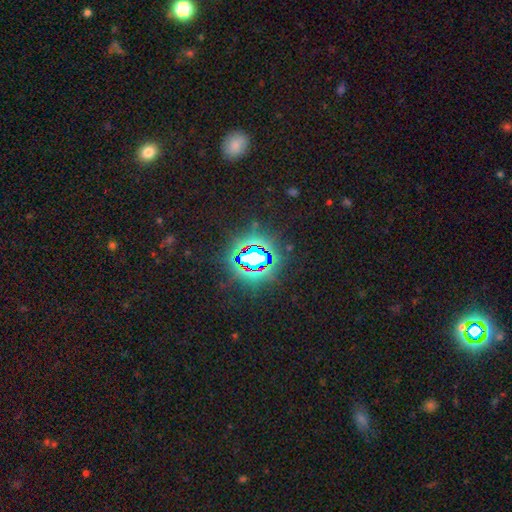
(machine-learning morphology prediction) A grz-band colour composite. It shows a star or artifact, not a galaxy (82%).